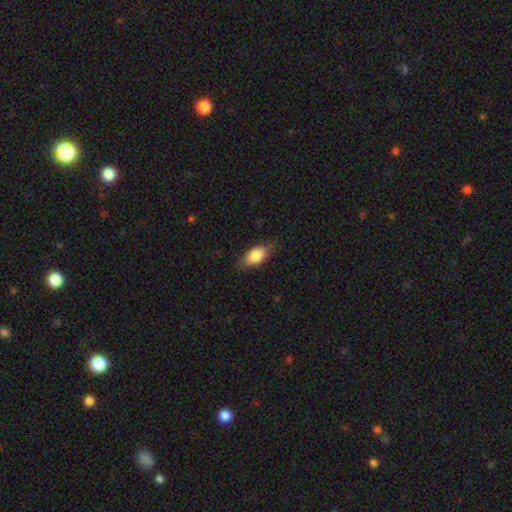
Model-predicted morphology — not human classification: type=smooth (75%); roundness=in between (84%); merging=none (77%).